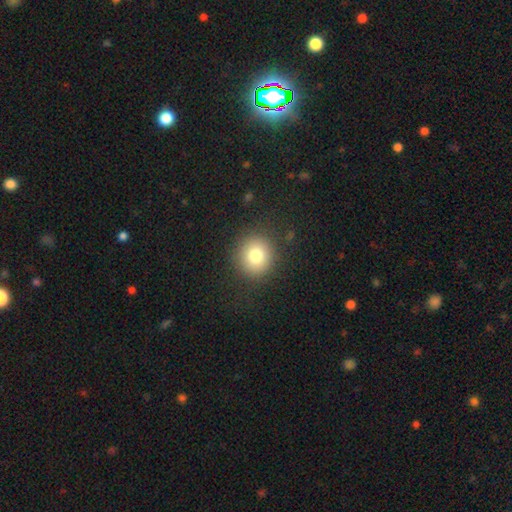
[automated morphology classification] Overall: smooth (79%). How rounded: round (90%). Merging: none (88%).